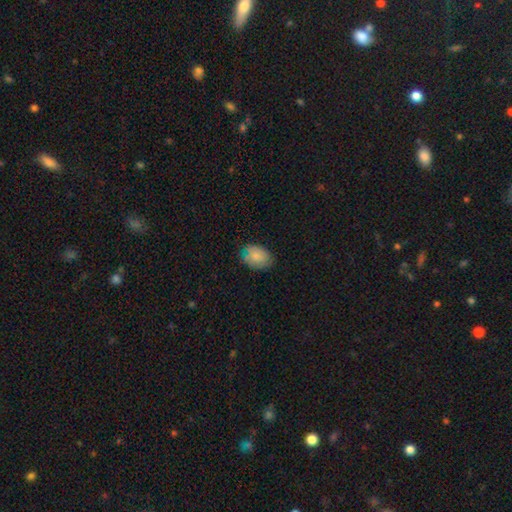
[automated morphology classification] Q: Smooth or featured?
A: smooth (81%); runner-up: featured or disk (12%)
Q: How rounded?
A: in between (79%); runner-up: round (20%)
Q: Merging?
A: none (78%); runner-up: minor disturbance (17%)